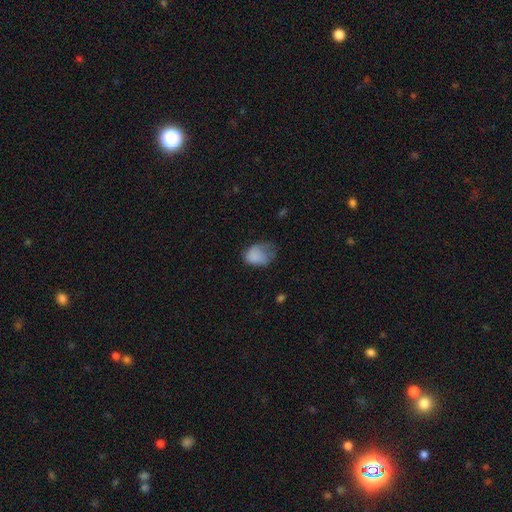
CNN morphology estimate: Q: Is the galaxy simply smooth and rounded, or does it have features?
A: smooth — 78%.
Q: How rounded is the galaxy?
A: in between — 71%.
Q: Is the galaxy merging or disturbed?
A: minor disturbance — 36%.